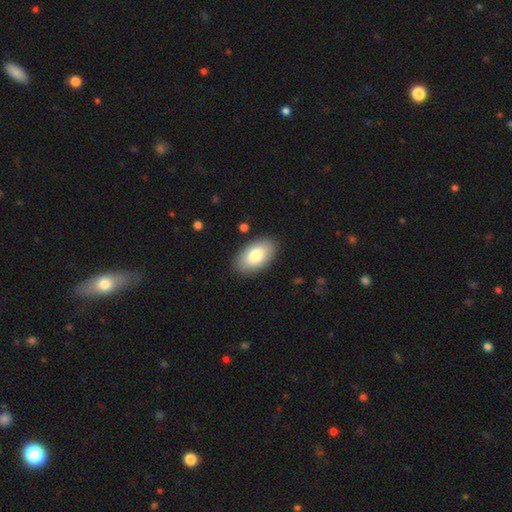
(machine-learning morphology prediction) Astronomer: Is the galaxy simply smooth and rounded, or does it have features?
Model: smooth — 80%.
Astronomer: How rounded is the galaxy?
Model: in between — 94%.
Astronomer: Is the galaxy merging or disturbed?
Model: none — 88%.